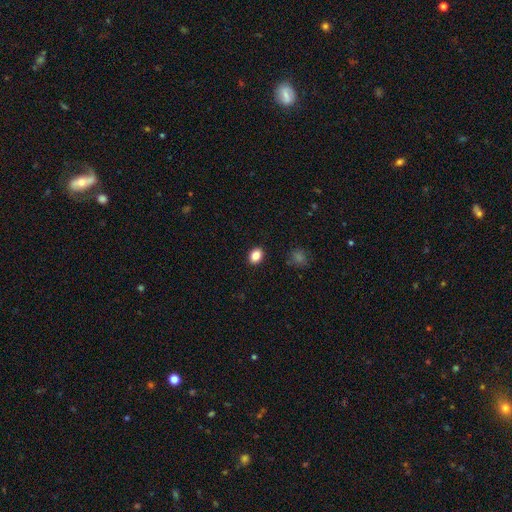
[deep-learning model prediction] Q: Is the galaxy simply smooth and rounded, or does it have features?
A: smooth — 85%.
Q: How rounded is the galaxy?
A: in between — 64%.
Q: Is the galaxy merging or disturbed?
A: none — 90%.